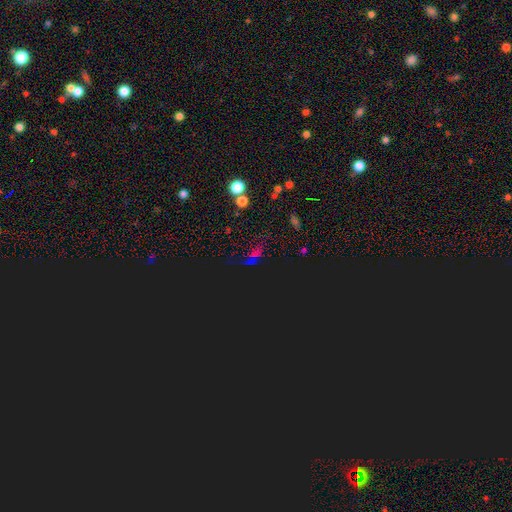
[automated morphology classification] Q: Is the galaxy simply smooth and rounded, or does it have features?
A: star or artifact — 69%.